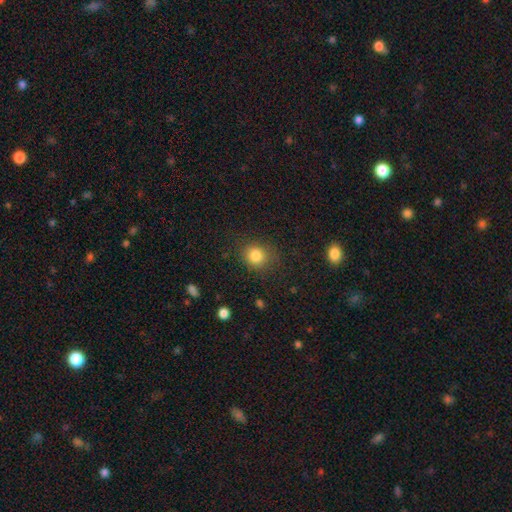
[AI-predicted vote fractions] This is clearly a smooth galaxy (83%). How rounded: likely round (79%). Merging: likely none (80%).